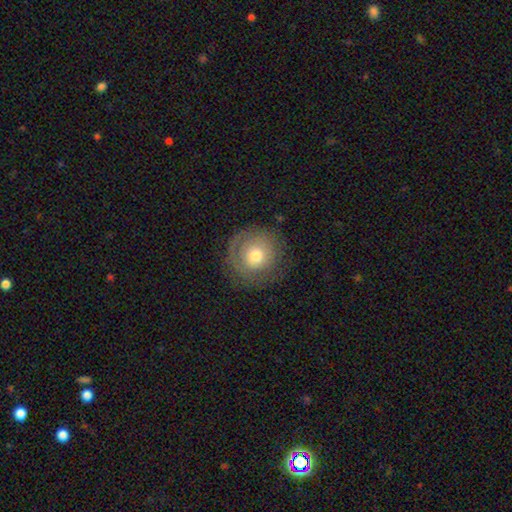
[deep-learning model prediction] This is likely a smooth galaxy (60%). How rounded: clearly round (91%). Merging: likely none (77%).